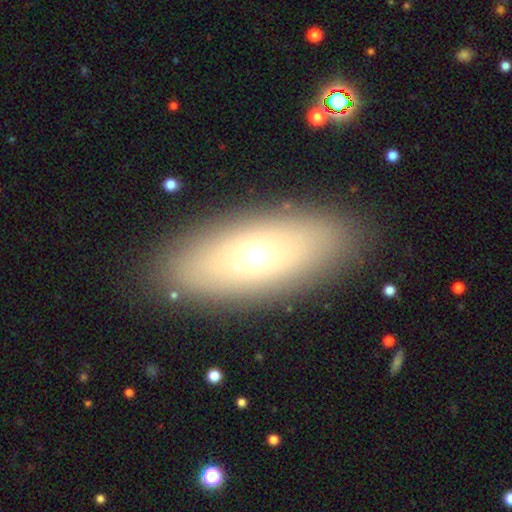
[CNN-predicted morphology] type=smooth (60%); roundness=in between (75%); merging=none (86%).